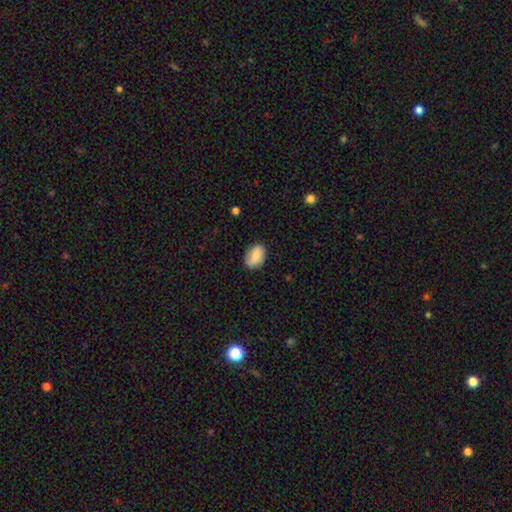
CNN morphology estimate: Overall: smooth (75%). How rounded: in between (79%). Merging: none (79%).